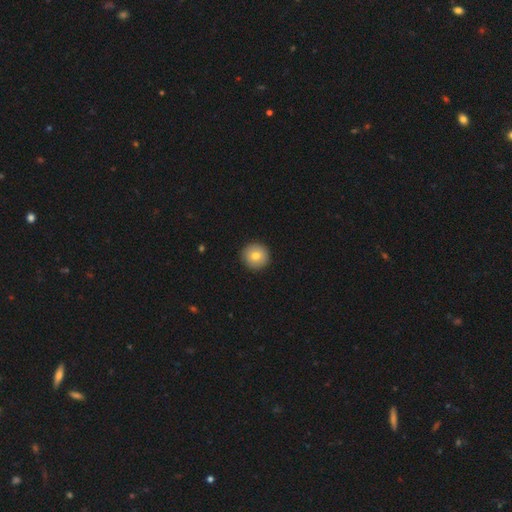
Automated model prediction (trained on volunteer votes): This is likely a smooth galaxy (77%). How rounded: clearly round (95%). Merging: clearly none (93%).